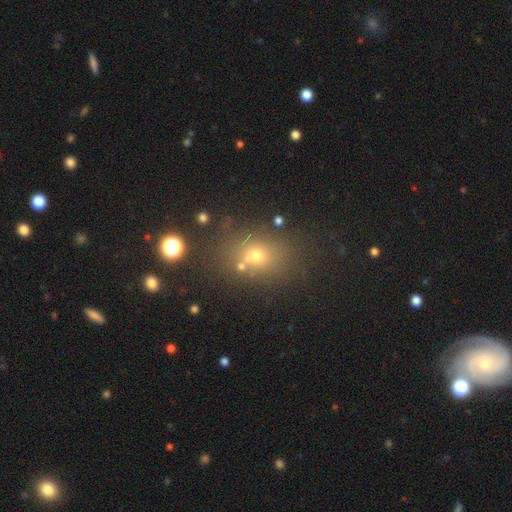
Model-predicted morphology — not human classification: A smooth galaxy with no disk features (66%) that is in between round and cigar-shaped (51%).

Vote fractions:
- Smooth or featured? smooth: 66% / star or artifact: 20% / featured or disk: 14%
- How rounded? in between: 51% / round: 48% / cigar-shaped: 1%
- Merging? none: 70% / minor disturbance: 13% / merger: 11% / major disturbance: 6%